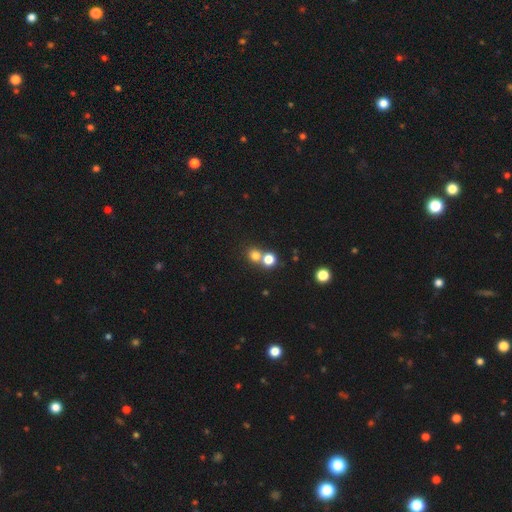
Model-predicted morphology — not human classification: Smooth or featured? Predicted: smooth (p=0.76). How rounded? Predicted: round (p=0.87). Merging? Predicted: none (p=0.52).